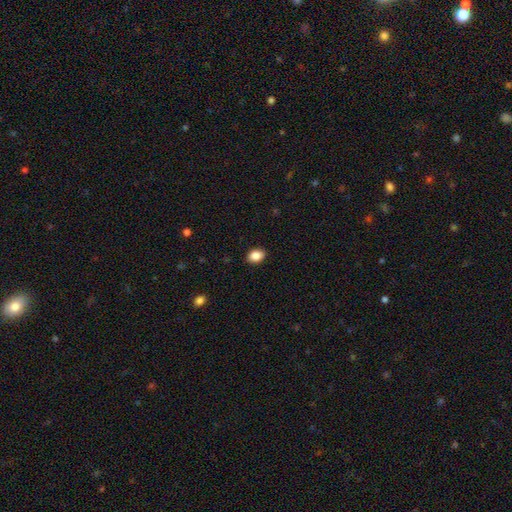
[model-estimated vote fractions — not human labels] This is clearly a smooth galaxy (88%). How rounded: likely in between (70%). Merging: clearly none (90%).